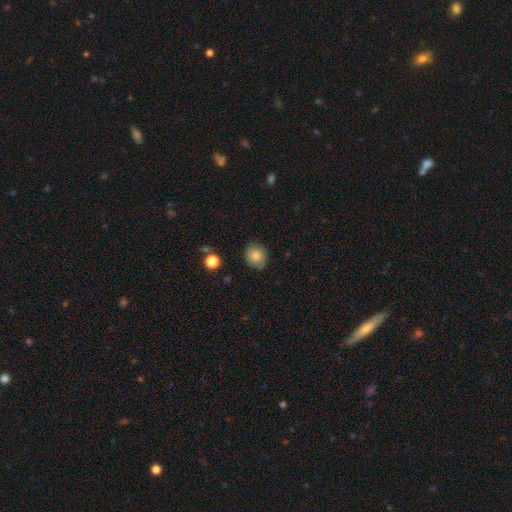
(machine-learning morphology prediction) smooth-or-featured: smooth: 83% | star or artifact: 9% | featured or disk: 8%
  how-rounded: round: 81% | in between: 18% | cigar-shaped: 1%
  merging: none: 79% | minor disturbance: 16% | major disturbance: 3% | merger: 2%